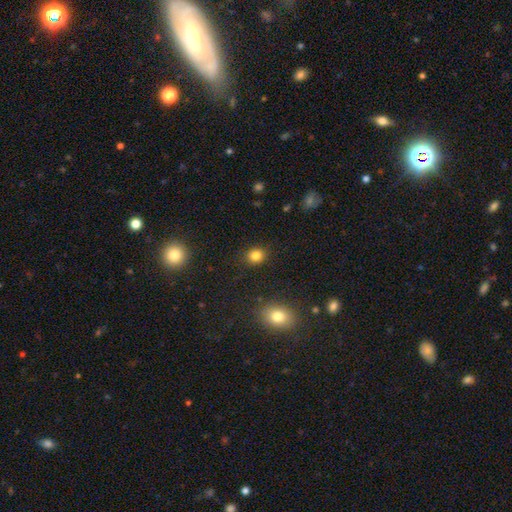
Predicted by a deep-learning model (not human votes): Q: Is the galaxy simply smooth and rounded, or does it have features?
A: smooth — 82%.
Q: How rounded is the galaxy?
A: round — 71%.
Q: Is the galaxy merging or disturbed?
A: none — 88%.